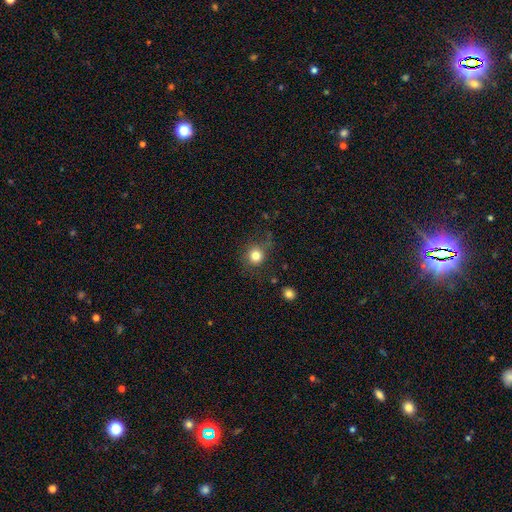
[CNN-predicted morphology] smooth-or-featured: smooth: 81% | star or artifact: 12% | featured or disk: 7%
  how-rounded: round: 90% | in between: 9% | cigar-shaped: 1%
  merging: none: 75% | minor disturbance: 15% | major disturbance: 7% | merger: 3%